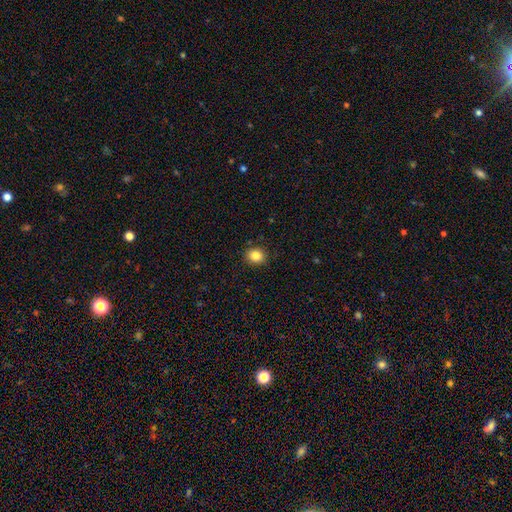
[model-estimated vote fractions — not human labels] Smooth or featured: smooth — 85% (star or artifact — 10%)
How rounded: round — 72% (in between — 28%)
Merging: none — 89% (minor disturbance — 8%)